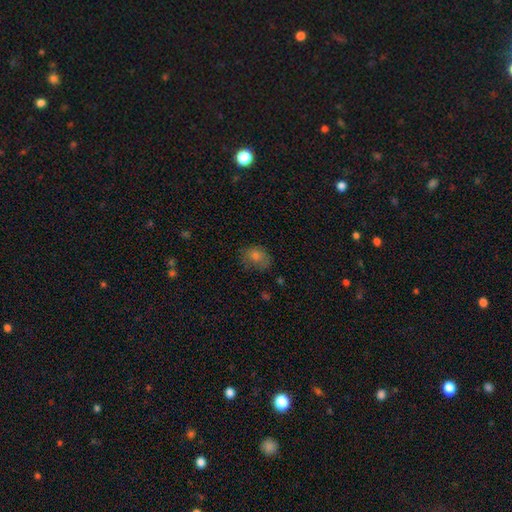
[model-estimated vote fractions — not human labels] Morphology: type=smooth (67%); roundness=in between (55%); merging=none (63%).